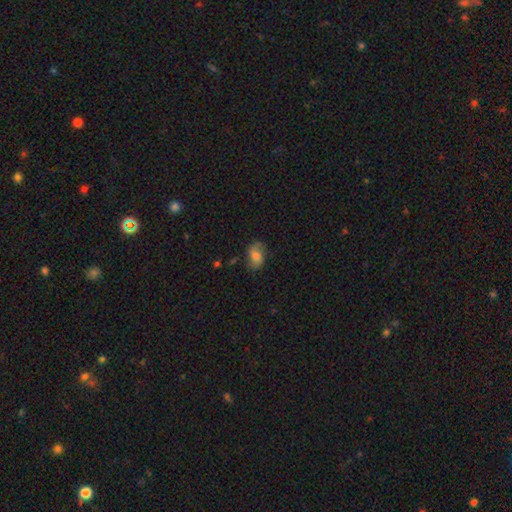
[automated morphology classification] type=smooth (55%); roundness=in between (79%); merging=none (65%).